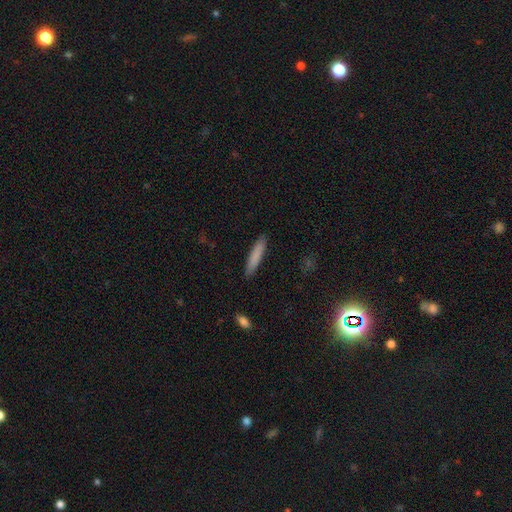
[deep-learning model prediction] The model was most divided on "smooth or featured": smooth: 83%, featured or disk: 11%, star or artifact: 6%. More confident: how rounded — cigar-shaped (90%); merging — none (90%).